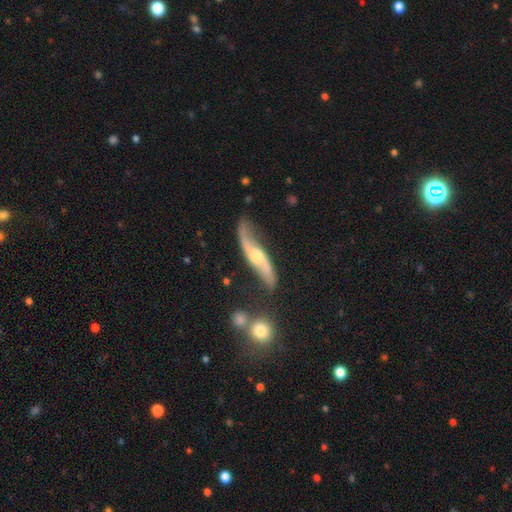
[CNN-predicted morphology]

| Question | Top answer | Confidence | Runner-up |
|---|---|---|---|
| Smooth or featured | featured or disk | 86% | smooth (10%) |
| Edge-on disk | no | 75% | yes (25%) |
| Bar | no | 53% | weak (33%) |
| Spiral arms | yes | 95% | no (5%) |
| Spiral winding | loose | 82% | medium (13%) |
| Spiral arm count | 2 | 93% | can't tell (3%) |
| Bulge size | moderate | 65% | small (22%) |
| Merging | none | 70% | minor disturbance (18%) |